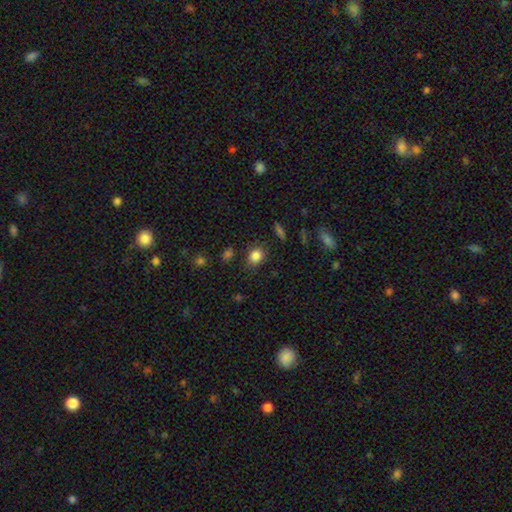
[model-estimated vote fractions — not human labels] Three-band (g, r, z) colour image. It shows a smooth galaxy with no disk features (83%) that is round (58%). Merging: none (82%).